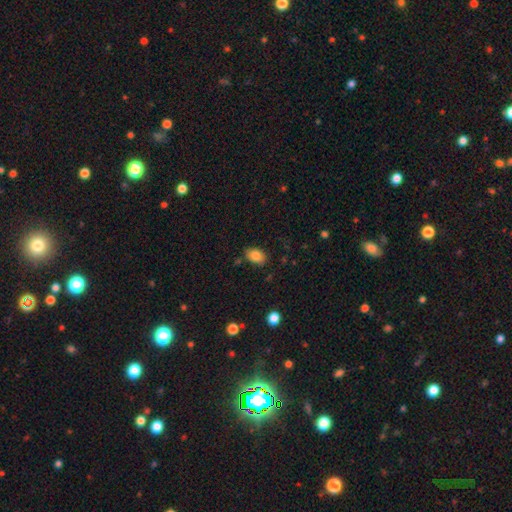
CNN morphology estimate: The model was most divided on "merging": none: 80%, minor disturbance: 14%, major disturbance: 3%, merger: 3%. More confident: smooth or featured — smooth (85%); how rounded — in between (83%).